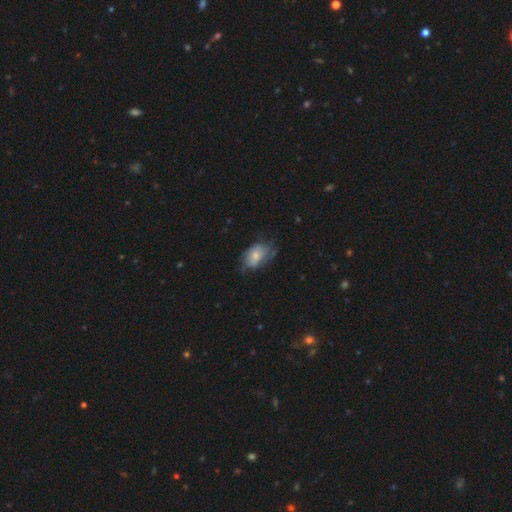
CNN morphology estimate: Q: Smooth or featured?
A: smooth (58%); runner-up: featured or disk (34%)
Q: How rounded?
A: in between (85%); runner-up: round (13%)
Q: Merging?
A: none (47%); runner-up: minor disturbance (33%)